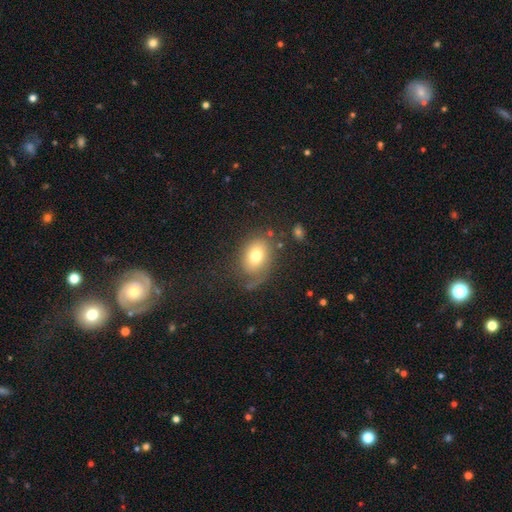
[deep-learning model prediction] smooth 71%, featured or disk 18%, star or artifact 10%. Down the decision tree: how rounded — in between (68%); merging — none (59%).